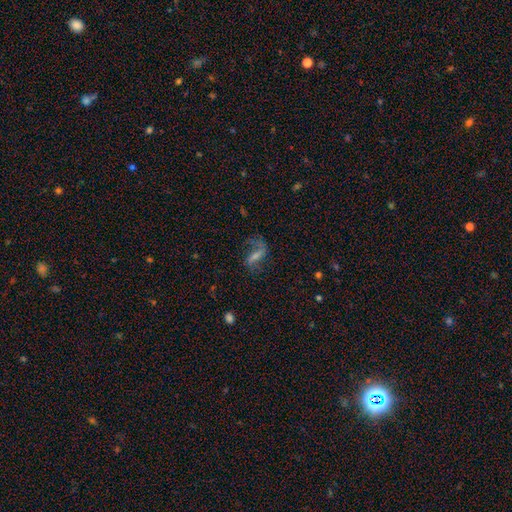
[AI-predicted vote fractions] Smooth or featured? featured or disk (64%)
Edge-on disk? no (92%)
Bar? weak (39%)
Spiral arms? yes (84%)
Bulge size? small (45%)
Merging? none (49%)